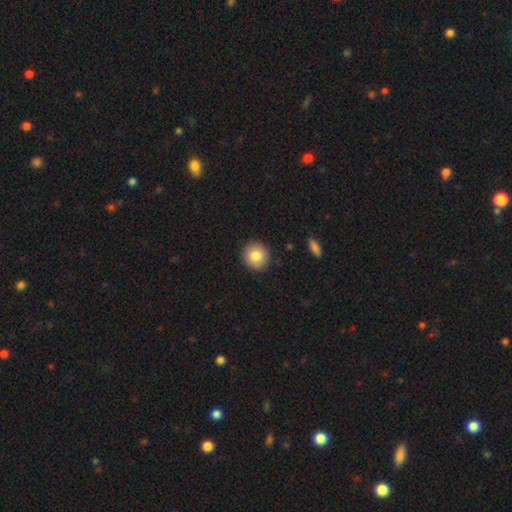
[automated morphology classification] This is clearly a smooth galaxy (83%). How rounded: clearly round (93%). Merging: clearly none (90%).